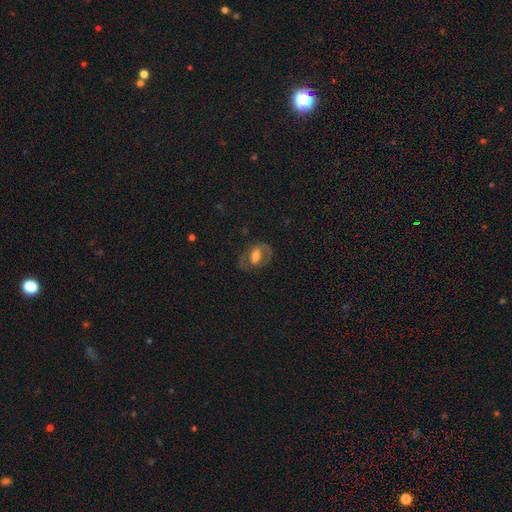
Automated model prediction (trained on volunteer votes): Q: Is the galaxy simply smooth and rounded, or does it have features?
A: featured or disk — 49%.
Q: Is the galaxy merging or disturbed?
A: none — 66%.